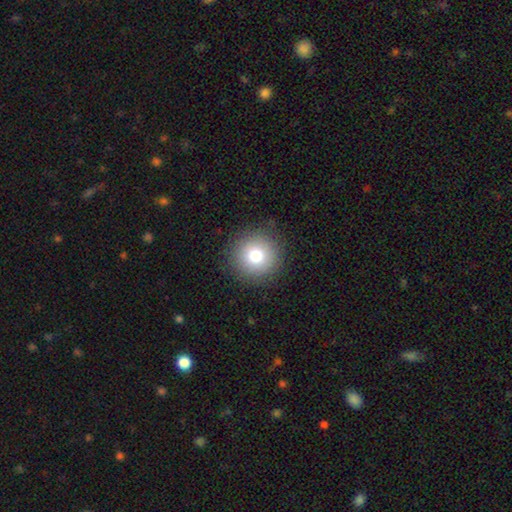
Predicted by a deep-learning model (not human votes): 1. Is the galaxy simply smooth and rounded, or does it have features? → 76% smooth, 13% star or artifact, 11% featured or disk.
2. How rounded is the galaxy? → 96% round, 4% in between, 1% cigar-shaped.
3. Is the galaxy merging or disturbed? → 90% none, 7% minor disturbance, 3% major disturbance, 1% merger.